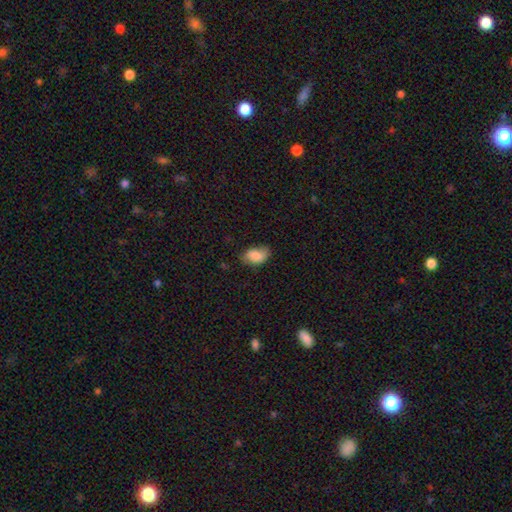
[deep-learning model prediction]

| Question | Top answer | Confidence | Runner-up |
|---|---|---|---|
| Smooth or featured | smooth | 84% | featured or disk (9%) |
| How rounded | in between | 89% | round (10%) |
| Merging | none | 69% | minor disturbance (24%) |